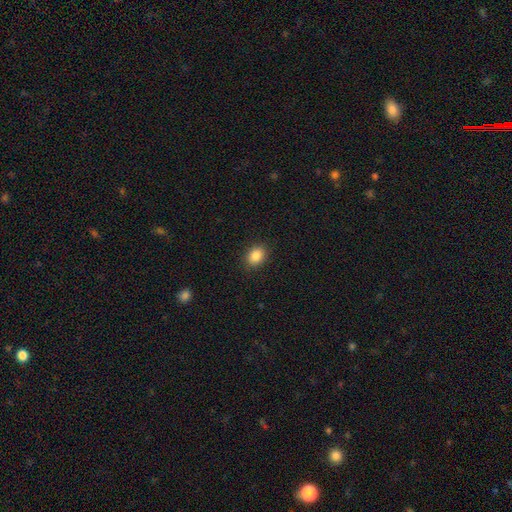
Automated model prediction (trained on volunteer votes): A smooth galaxy with no disk features (87%) that is in between round and cigar-shaped (63%).

Vote fractions:
- Smooth or featured? smooth: 87% / star or artifact: 9% / featured or disk: 4%
- How rounded? in between: 63% / round: 36% / cigar-shaped: 1%
- Merging? none: 89% / minor disturbance: 8% / major disturbance: 2% / merger: 1%